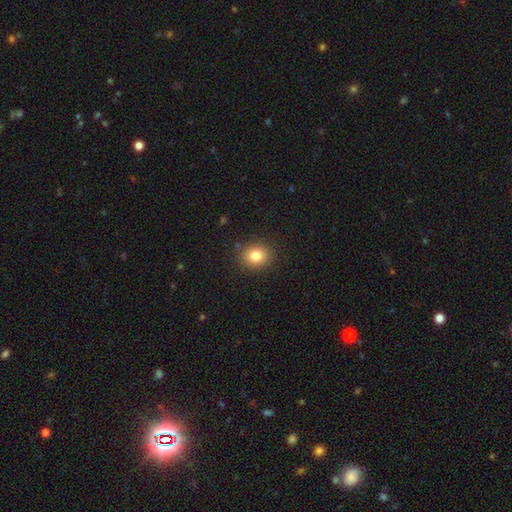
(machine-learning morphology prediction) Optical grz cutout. It shows a smooth galaxy with no disk features (81%) that is round (71%). Merging: none (88%).